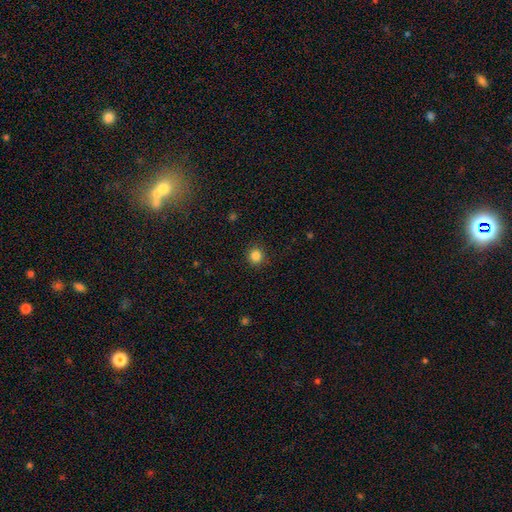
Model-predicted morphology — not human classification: smooth 85%, star or artifact 12%, featured or disk 4%. Down the decision tree: how rounded — round (93%); merging — none (91%).